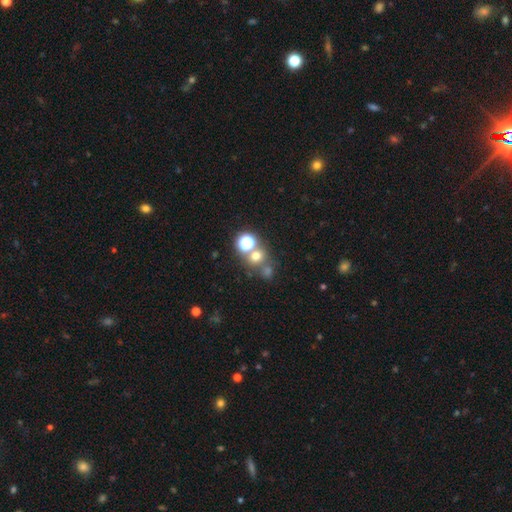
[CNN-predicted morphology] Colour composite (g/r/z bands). It shows a smooth galaxy with no disk features (61%) that is round (84%). Merging: none (59%).